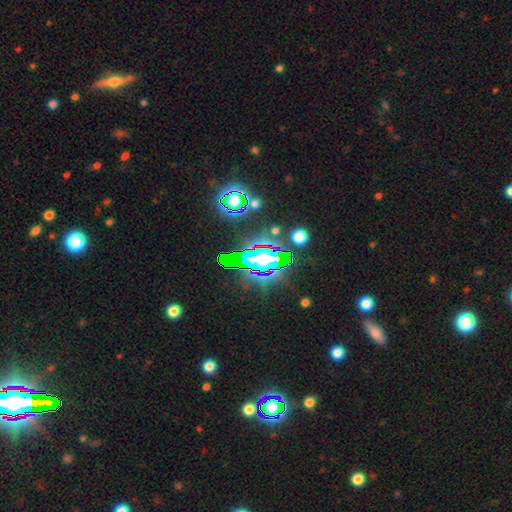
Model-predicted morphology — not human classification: type=star or artifact (84%).